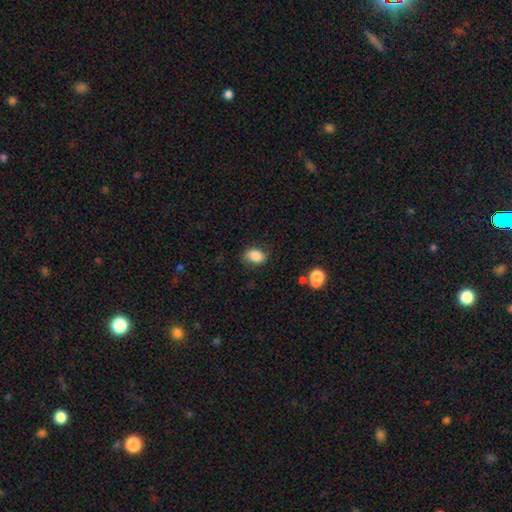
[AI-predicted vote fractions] smooth_or_featured: smooth (p=0.83) [alt: star or artifact p=0.09]
how_rounded: in between (p=0.77) [alt: round p=0.21]
merging: none (p=0.73) [alt: minor disturbance p=0.20]